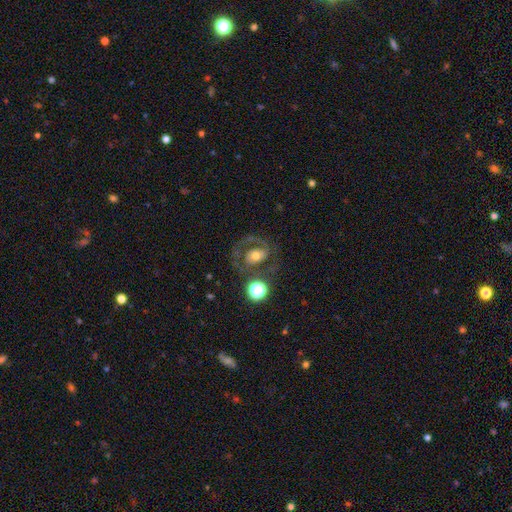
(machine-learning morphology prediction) smooth_or_featured: featured or disk (p=0.61) [alt: smooth p=0.28]
disk_edge_on: no (p=0.96) [alt: yes p=0.04]
bar: no (p=0.64) [alt: weak p=0.25]
has_spiral_arms: yes (p=0.68) [alt: no p=0.32]
bulge_size: moderate (p=0.63) [alt: small p=0.21]
merging: none (p=0.58) [alt: major disturbance p=0.20]